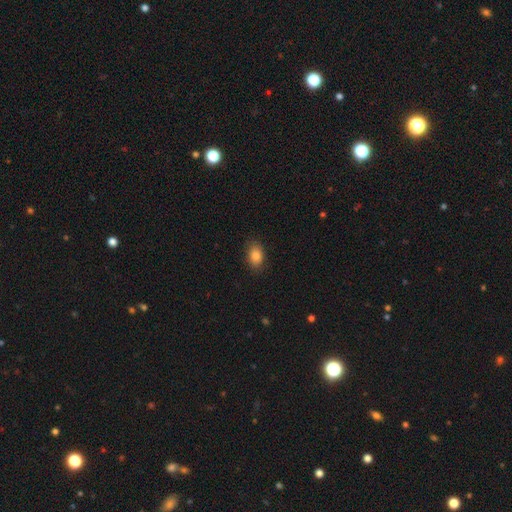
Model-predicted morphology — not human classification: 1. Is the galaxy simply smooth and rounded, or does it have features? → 85% smooth, 9% star or artifact, 6% featured or disk.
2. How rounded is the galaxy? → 83% in between, 16% round, 1% cigar-shaped.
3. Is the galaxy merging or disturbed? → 84% none, 12% minor disturbance, 3% major disturbance, 1% merger.